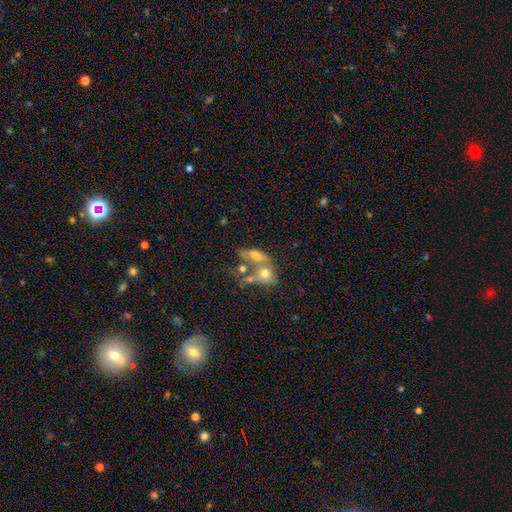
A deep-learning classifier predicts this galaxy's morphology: Overall: smooth (57%; featured or disk 32%). How rounded: in between (68%). Merging: merger (66%).